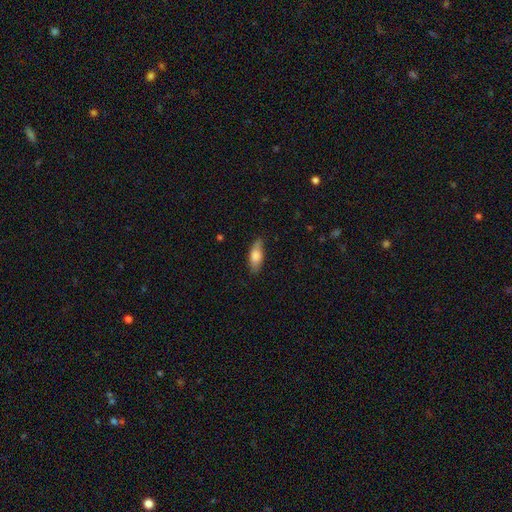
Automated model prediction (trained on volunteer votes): Smooth or featured? Predicted: smooth (p=0.75). How rounded? Predicted: in between (p=0.74). Merging? Predicted: none (p=0.74).